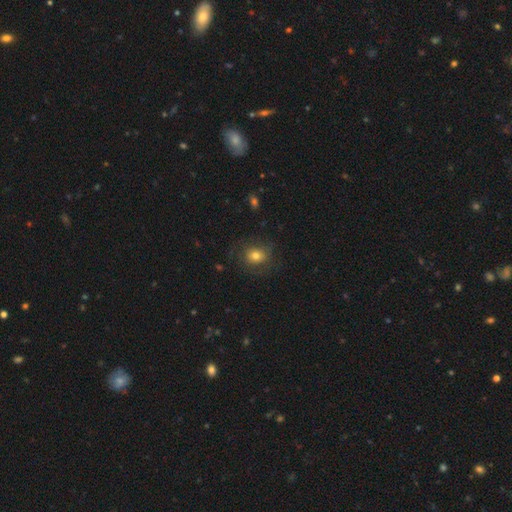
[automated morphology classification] Overall: smooth (65%). How rounded: round (66%; in between 33%). Merging: none (71%).